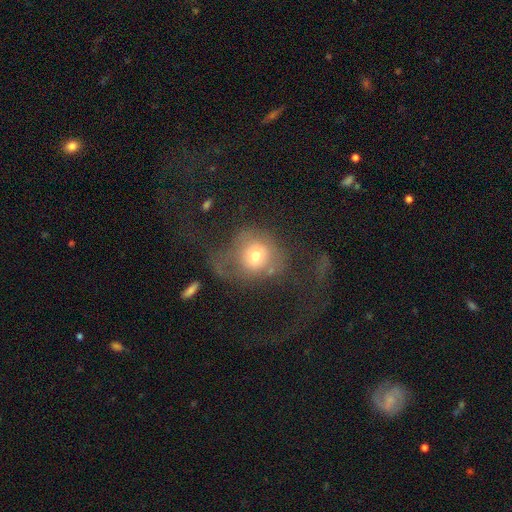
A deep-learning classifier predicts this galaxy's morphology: A smooth galaxy with no disk features (63%) that is round (75%).

Vote fractions:
- Smooth or featured? smooth: 63% / featured or disk: 25% / star or artifact: 12%
- How rounded? round: 75% / in between: 23% / cigar-shaped: 1%
- Merging? major disturbance: 51% / none: 27% / minor disturbance: 17% / merger: 5%